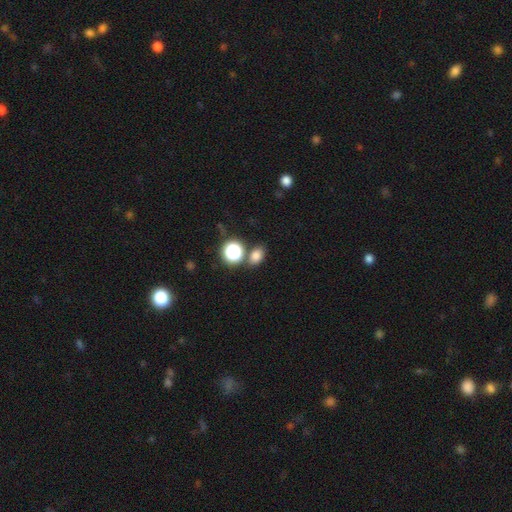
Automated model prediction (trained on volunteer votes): A smooth galaxy with no disk features (77%) that is in between round and cigar-shaped (65%). Merging: none (74%).